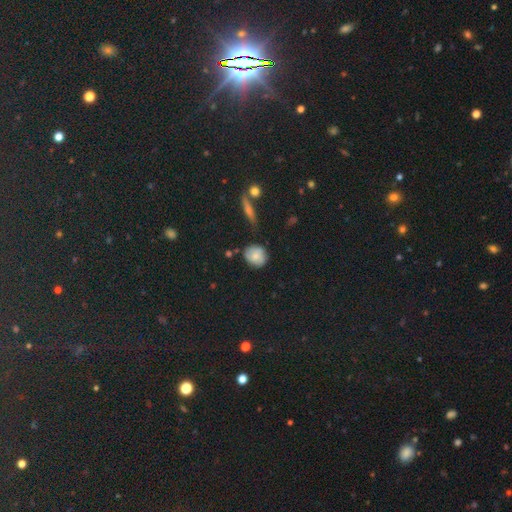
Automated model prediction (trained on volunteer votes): This appears to be a smooth galaxy with no disk features (72%) that is round (70%). Merging: none (72%).